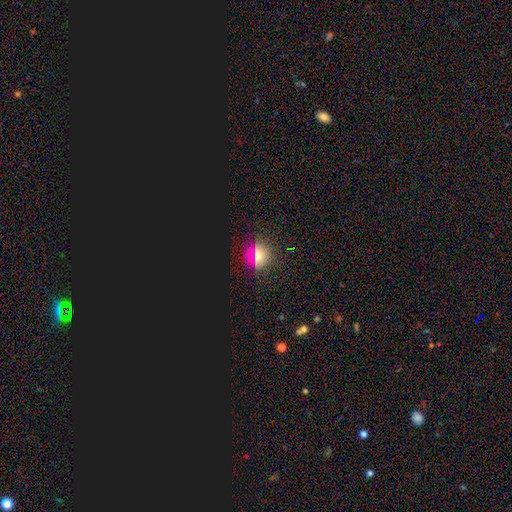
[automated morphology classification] Smooth or featured? Predicted: smooth (p=0.54). How rounded? Predicted: round (p=0.86). Merging? Predicted: none (p=0.89).